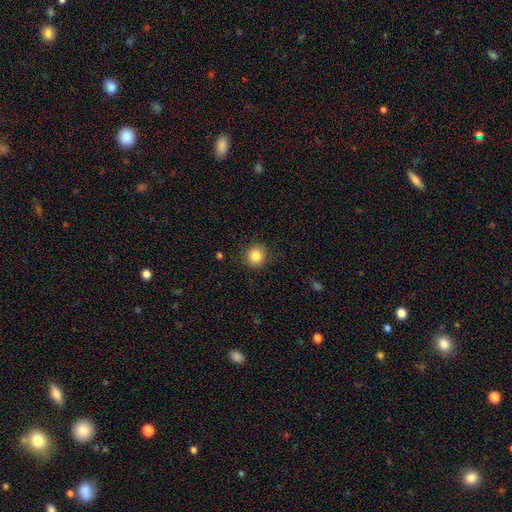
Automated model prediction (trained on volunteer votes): The model was most divided on "smooth or featured": smooth: 85%, star or artifact: 10%, featured or disk: 5%. More confident: how rounded — round (90%); merging — none (88%).